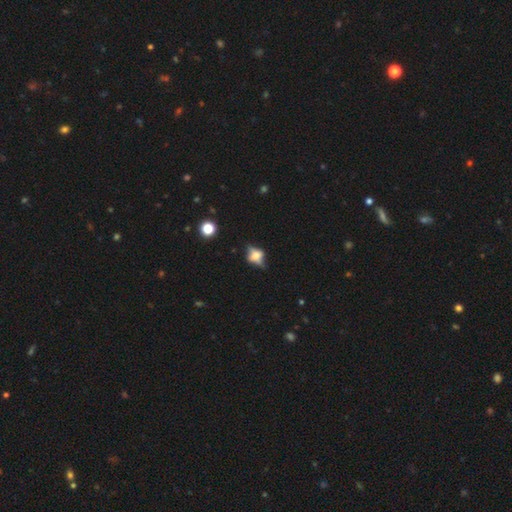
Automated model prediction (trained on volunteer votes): Smooth or featured: featured or disk — 58% (smooth — 29%)
Edge-on disk: yes — 81% (no — 19%)
Merging: none — 62% (minor disturbance — 22%)